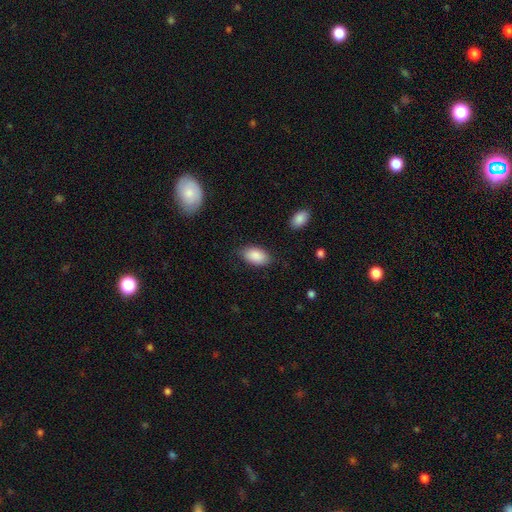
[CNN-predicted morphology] This is clearly a smooth galaxy (89%). How rounded: clearly in between (94%). Merging: likely none (78%).